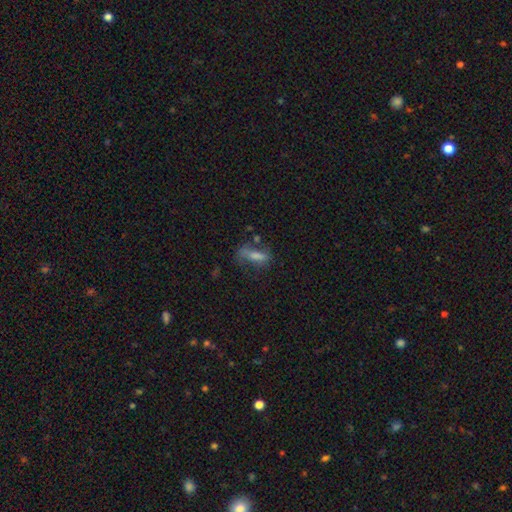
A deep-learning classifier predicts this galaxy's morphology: A smooth galaxy with no disk features (50%). Merging: none (48%).